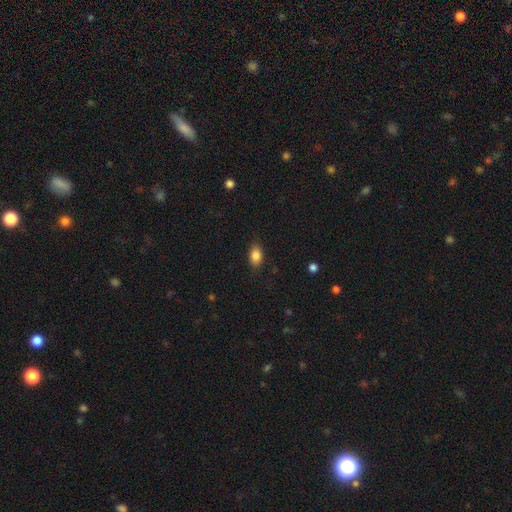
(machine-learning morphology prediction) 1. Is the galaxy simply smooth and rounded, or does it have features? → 85% smooth, 8% star or artifact, 6% featured or disk.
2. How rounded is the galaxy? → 86% in between, 11% round, 2% cigar-shaped.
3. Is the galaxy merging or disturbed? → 85% none, 12% minor disturbance, 3% major disturbance, 1% merger.